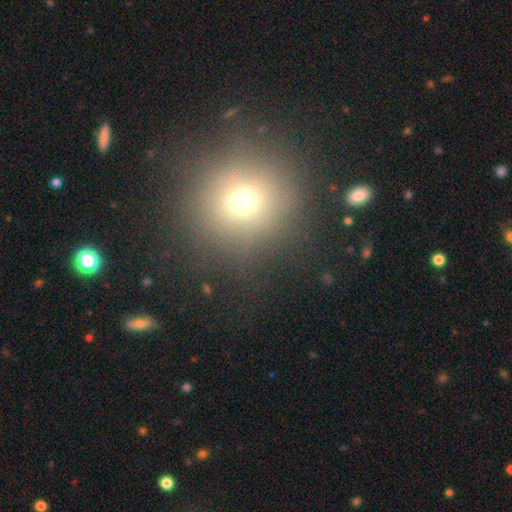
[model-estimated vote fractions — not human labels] Overall: smooth (67%). How rounded: round (92%). Merging: none (84%).